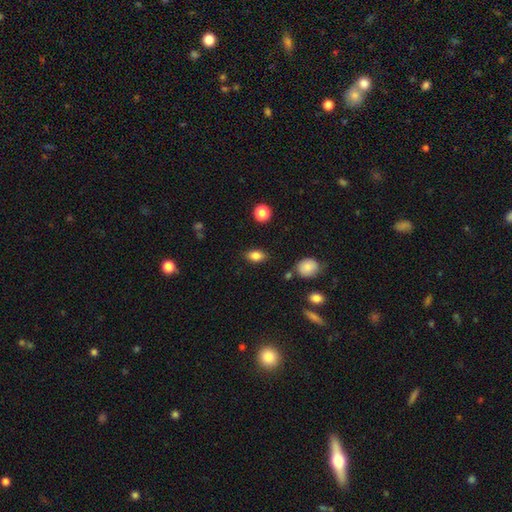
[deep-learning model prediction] Overall: smooth (83%). How rounded: in between (83%). Merging: none (83%).